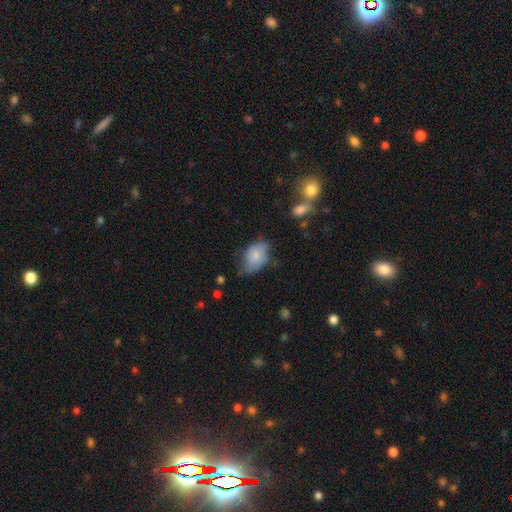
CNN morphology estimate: type=smooth (78%); roundness=in between (85%); merging=none (47%).